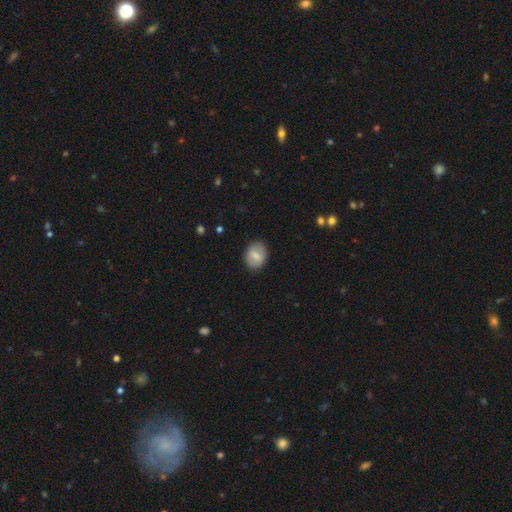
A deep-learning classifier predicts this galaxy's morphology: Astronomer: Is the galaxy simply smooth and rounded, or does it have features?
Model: smooth — 65%.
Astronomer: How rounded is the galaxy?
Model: in between — 67%.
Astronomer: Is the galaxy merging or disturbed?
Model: none — 84%.